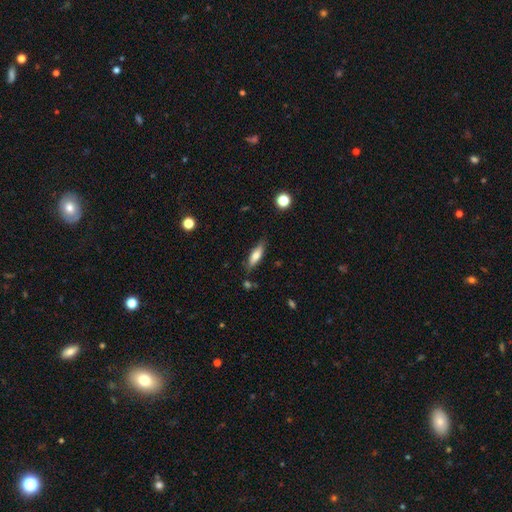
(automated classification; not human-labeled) smooth-or-featured: smooth: 68% | featured or disk: 25% | star or artifact: 7%
  how-rounded: cigar-shaped: 54% | in between: 44% | round: 2%
  merging: none: 79% | minor disturbance: 15% | major disturbance: 3% | merger: 3%